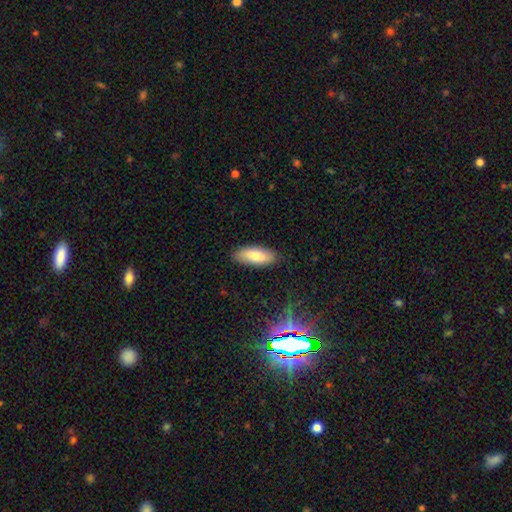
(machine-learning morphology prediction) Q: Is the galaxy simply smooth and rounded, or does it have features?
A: smooth — 75%.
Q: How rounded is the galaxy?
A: in between — 77%.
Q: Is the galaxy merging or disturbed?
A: none — 86%.